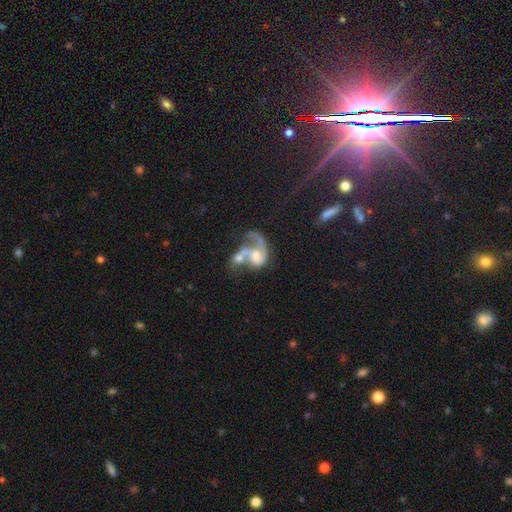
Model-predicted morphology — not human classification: The model was most divided on "bulge size": moderate: 48%, large: 19%, small: 18%, none: 12%, dominant: 3%. More confident: edge-on disk — no (98%); spiral arms — yes (72%); bar — no (70%); smooth or featured — featured or disk (67%); merging — merger (67%).